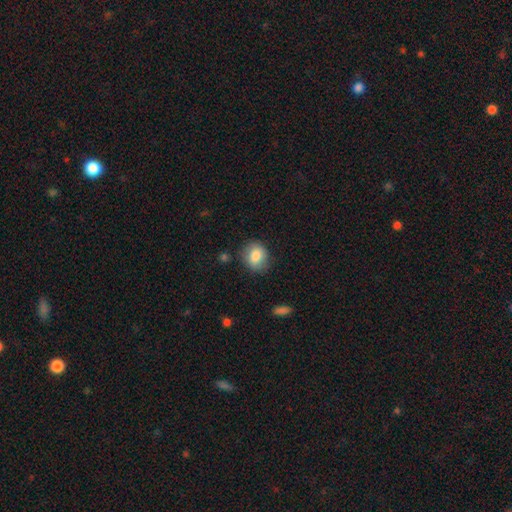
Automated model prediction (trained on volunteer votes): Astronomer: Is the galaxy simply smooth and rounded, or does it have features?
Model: smooth — 82%.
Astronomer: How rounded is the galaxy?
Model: round — 64%.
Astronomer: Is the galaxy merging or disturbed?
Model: none — 78%.